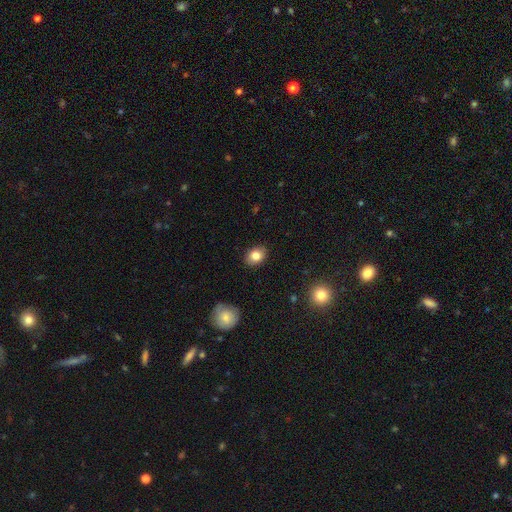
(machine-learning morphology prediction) Q: Smooth or featured?
A: smooth (83%); runner-up: star or artifact (9%)
Q: How rounded?
A: in between (60%); runner-up: round (39%)
Q: Merging?
A: none (88%); runner-up: minor disturbance (9%)